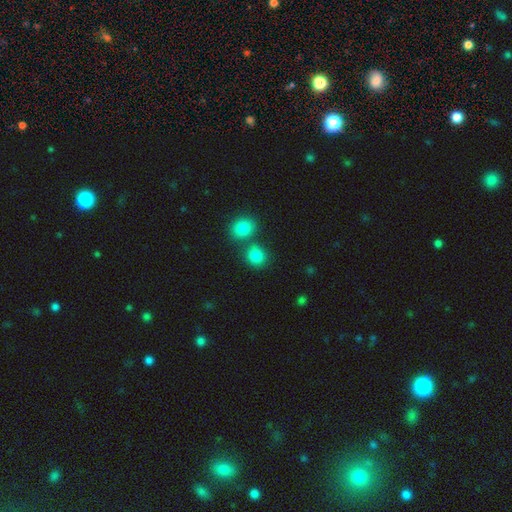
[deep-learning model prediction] This is clearly a smooth galaxy (84%). How rounded: clearly round (82%). Merging: likely none (62%).